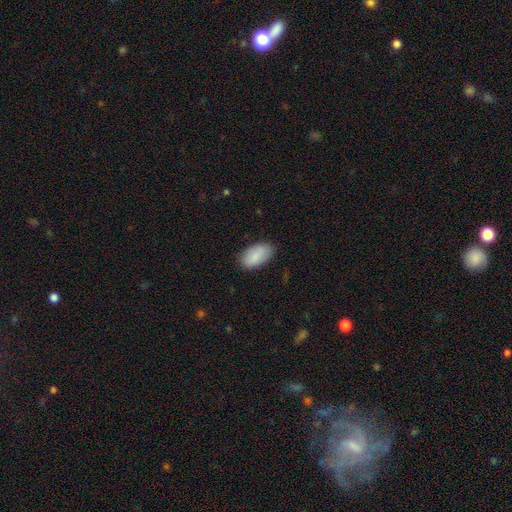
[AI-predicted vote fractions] Smooth or featured?
  - smooth: 86% *
  - featured or disk: 8%
  - star or artifact: 6%
How rounded?
  - in between: 95% *
  - round: 3%
  - cigar-shaped: 2%
Merging?
  - none: 83% *
  - minor disturbance: 13%
  - major disturbance: 3%
  - merger: 1%